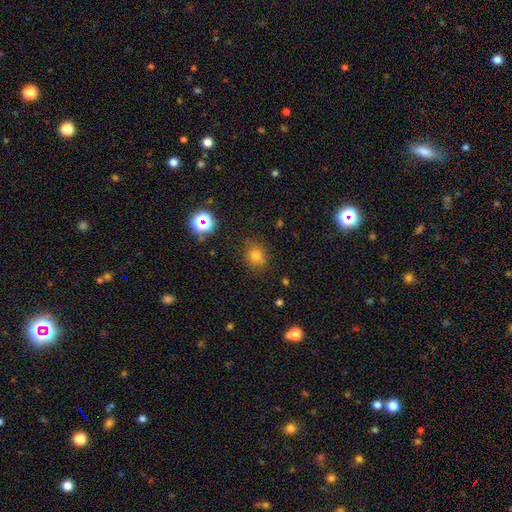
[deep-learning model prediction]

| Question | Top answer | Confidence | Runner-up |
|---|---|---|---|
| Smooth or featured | smooth | 74% | star or artifact (18%) |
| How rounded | round | 73% | in between (26%) |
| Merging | none | 79% | minor disturbance (13%) |